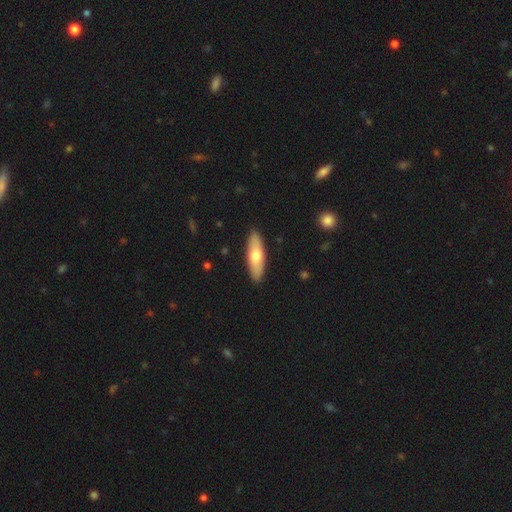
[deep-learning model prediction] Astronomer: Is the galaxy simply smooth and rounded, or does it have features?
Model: smooth — 65%.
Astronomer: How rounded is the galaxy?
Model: cigar-shaped — 49%, tied with in between at 49%.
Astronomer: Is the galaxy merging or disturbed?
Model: none — 90%.